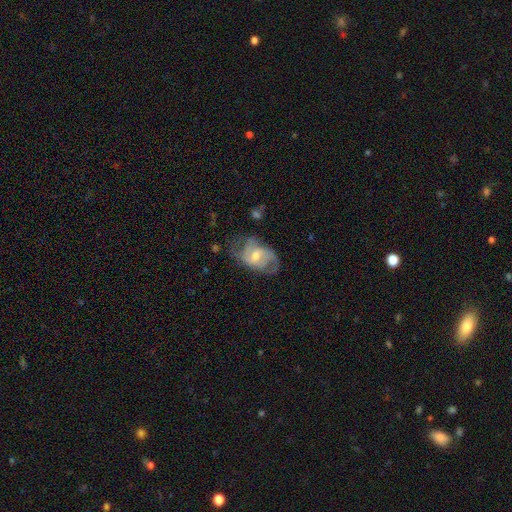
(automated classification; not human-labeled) Smooth or featured?
  - featured or disk: 74% *
  - smooth: 19%
  - star or artifact: 7%
Edge-on disk?
  - no: 96% *
  - yes: 4%
Bar?
  - no: 47% *
  - weak: 42%
  - strong: 11%
Spiral arms?
  - yes: 86% *
  - no: 14%
Spiral winding?
  - medium: 44% *
  - tight: 31%
  - loose: 24%
Spiral arm count?
  - 2: 52% *
  - can't tell: 23%
  - 3: 14%
  - 1: 5%
  - 4: 3%
  - more than 4: 2%
Bulge size?
  - moderate: 62% *
  - small: 33%
  - large: 3%
  - none: 1%
  - dominant: 1%
Merging?
  - none: 53% *
  - minor disturbance: 27%
  - major disturbance: 18%
  - merger: 2%